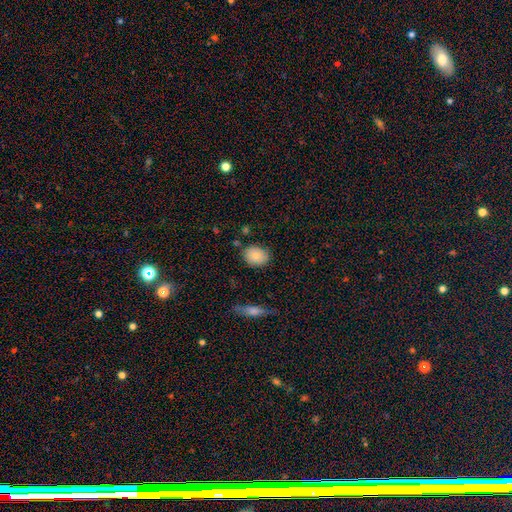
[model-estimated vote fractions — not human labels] Smooth or featured? smooth (83%)
How rounded? in between (50%)
Merging? none (78%)